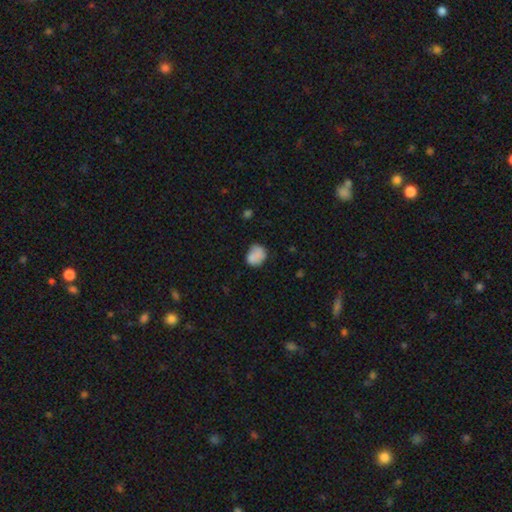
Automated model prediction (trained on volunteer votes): The model was most divided on "how rounded": round: 60%, in between: 39%, cigar-shaped: 1%. More confident: smooth or featured — smooth (81%); merging — none (58%).